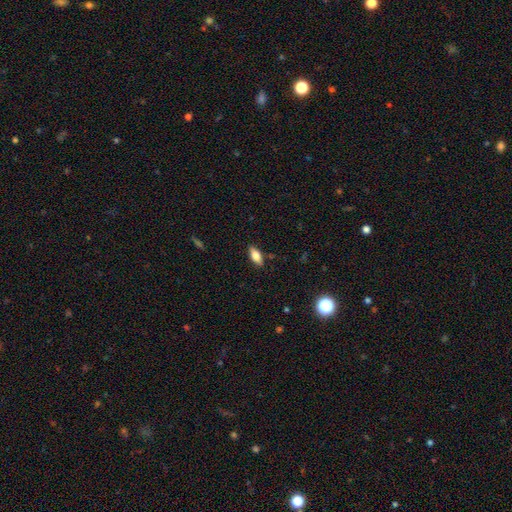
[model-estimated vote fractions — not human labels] Overall: smooth (72%). How rounded: in between (78%). Merging: none (86%).